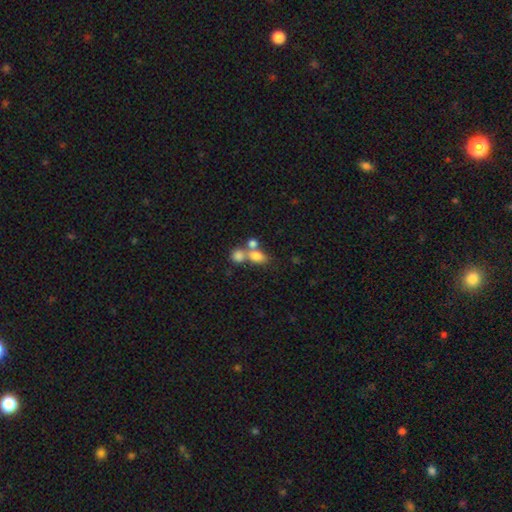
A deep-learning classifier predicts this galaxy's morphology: Smooth or featured?
  - smooth: 75% *
  - featured or disk: 13%
  - star or artifact: 11%
How rounded?
  - in between: 69% *
  - round: 28%
  - cigar-shaped: 3%
Merging?
  - merger: 53% *
  - none: 33%
  - minor disturbance: 8%
  - major disturbance: 5%